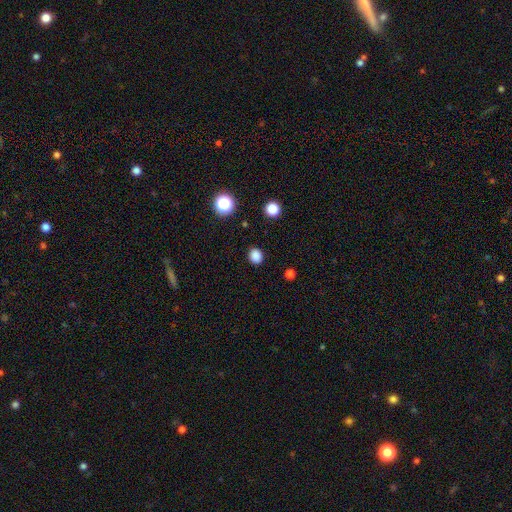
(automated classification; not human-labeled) The model was most divided on "how rounded": round: 72%, in between: 27%, cigar-shaped: 1%. More confident: merging — none (89%); smooth or featured — smooth (85%).